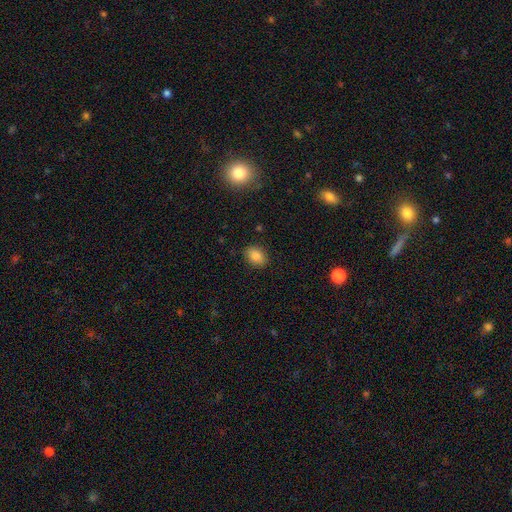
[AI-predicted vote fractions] The model was most divided on "how rounded": in between: 69%, round: 30%, cigar-shaped: 1%. More confident: merging — none (86%); smooth or featured — smooth (85%).